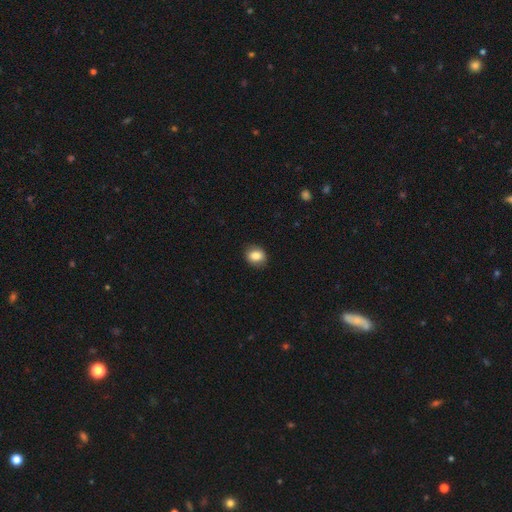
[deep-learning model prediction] A smooth galaxy with no disk features (85%) that is round (53%).

Vote fractions:
- Smooth or featured? smooth: 85% / star or artifact: 8% / featured or disk: 6%
- How rounded? round: 53% / in between: 46% / cigar-shaped: 1%
- Merging? none: 85% / minor disturbance: 11% / major disturbance: 3% / merger: 1%